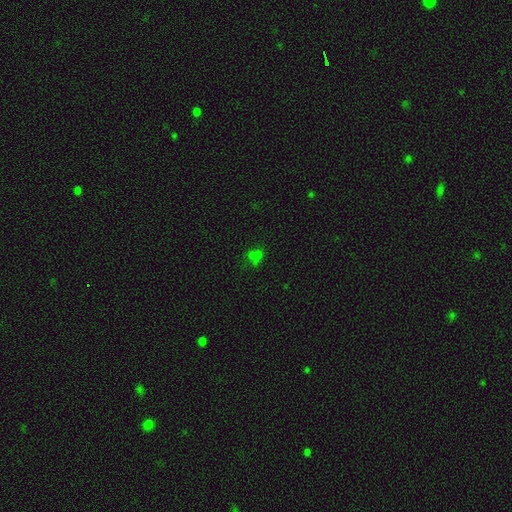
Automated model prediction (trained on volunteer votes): Smooth or featured?
  - smooth: 48% *
  - star or artifact: 39%
  - featured or disk: 12%
Merging?
  - none: 48% *
  - merger: 24%
  - minor disturbance: 16%
  - major disturbance: 12%